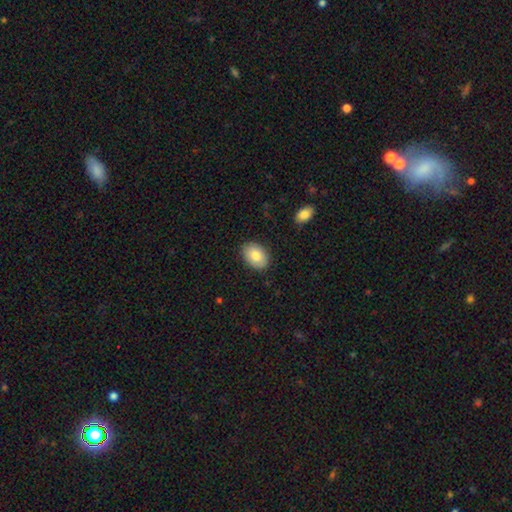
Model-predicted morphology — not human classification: smooth_or_featured: smooth (p=0.83) [alt: featured or disk p=0.10]
how_rounded: in between (p=0.83) [alt: round p=0.17]
merging: none (p=0.88) [alt: minor disturbance p=0.09]